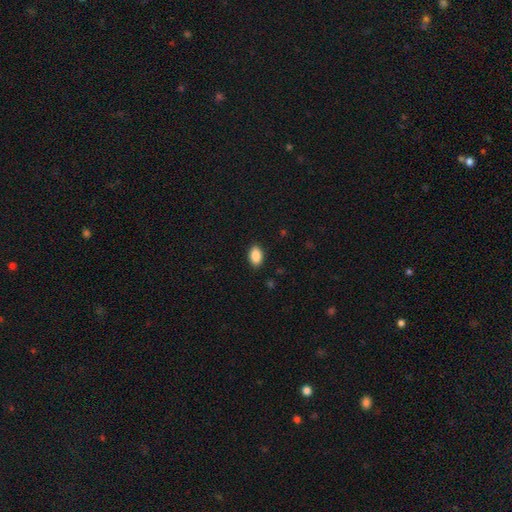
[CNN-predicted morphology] The model was most divided on "how rounded": in between: 90%, round: 9%, cigar-shaped: 1%. More confident: merging — none (89%); smooth or featured — smooth (89%).